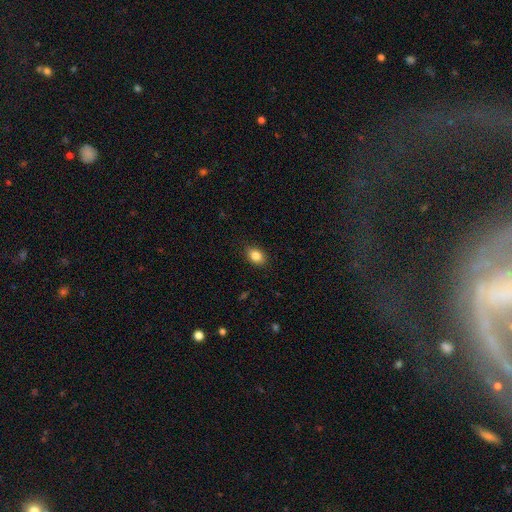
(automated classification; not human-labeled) Smooth or featured? Predicted: smooth (p=0.85). How rounded? Predicted: in between (p=0.74). Merging? Predicted: none (p=0.88).